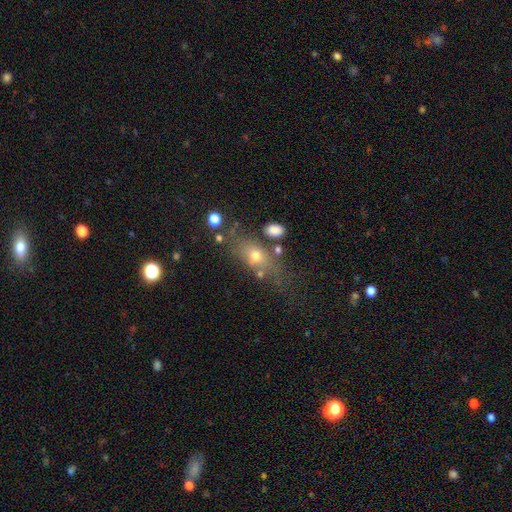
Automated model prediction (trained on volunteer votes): A smooth galaxy with no disk features (62%) that is in between round and cigar-shaped (67%).

Vote fractions:
- Smooth or featured? smooth: 62% / featured or disk: 24% / star or artifact: 14%
- How rounded? in between: 67% / round: 17% / cigar-shaped: 16%
- Merging? none: 57% / minor disturbance: 19% / major disturbance: 13% / merger: 11%